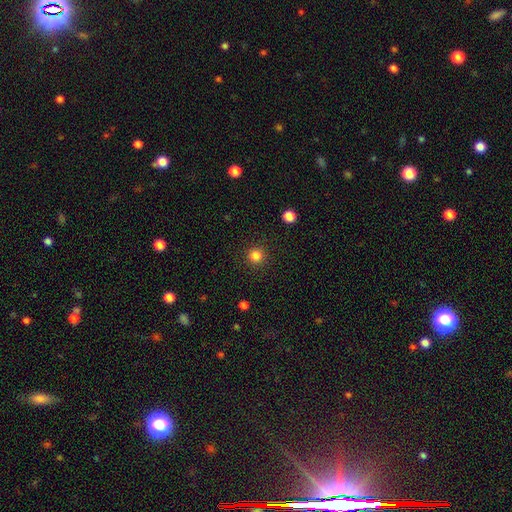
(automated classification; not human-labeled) Smooth or featured: smooth — 84% (star or artifact — 13%)
How rounded: round — 95% (in between — 4%)
Merging: none — 92% (minor disturbance — 5%)